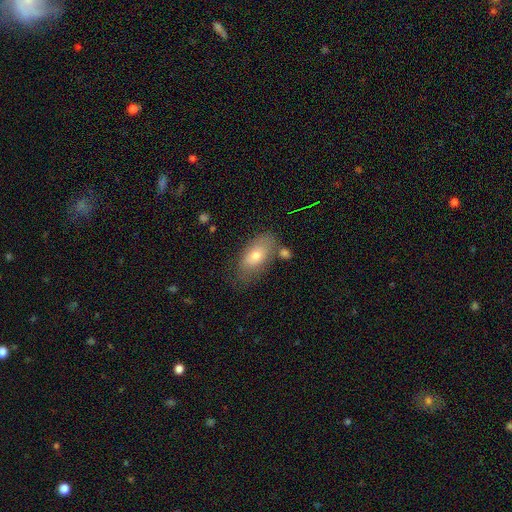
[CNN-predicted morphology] This appears to be a smooth galaxy with no disk features (70%) that is in between round and cigar-shaped (90%). Merging: none (62%).